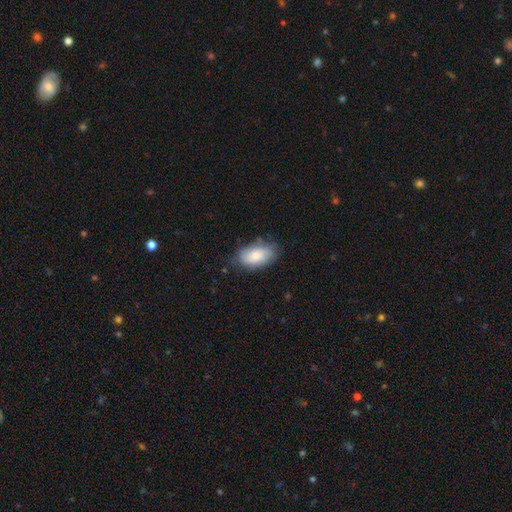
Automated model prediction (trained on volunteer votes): Smooth or featured? smooth (77%)
How rounded? in between (94%)
Merging? none (68%)